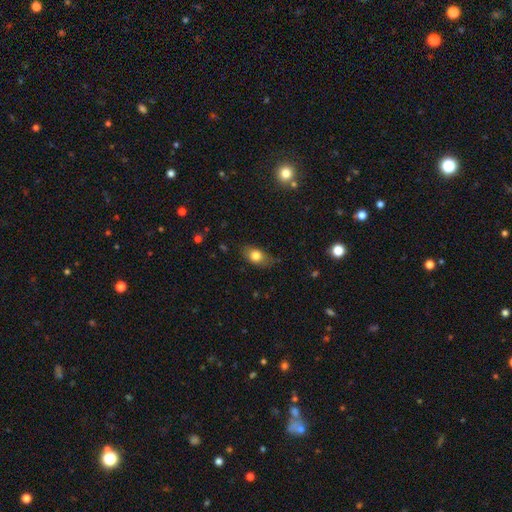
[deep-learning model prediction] Overall: smooth (77%). How rounded: in between (80%). Merging: none (69%).